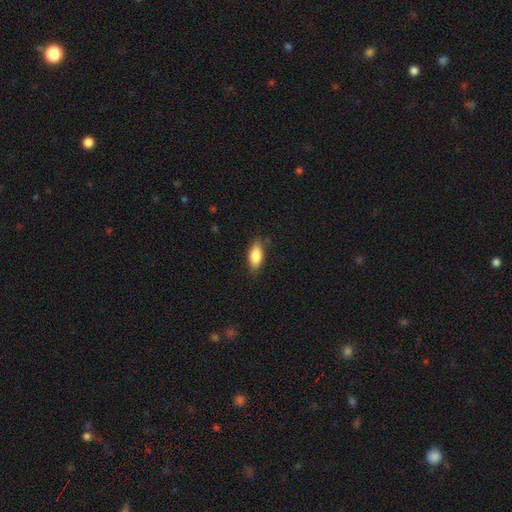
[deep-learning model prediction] Smooth or featured? Predicted: smooth (p=0.84). How rounded? Predicted: in between (p=0.85). Merging? Predicted: none (p=0.79).